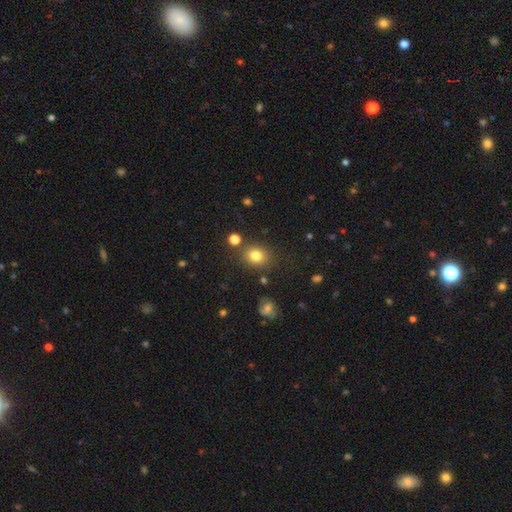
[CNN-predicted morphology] Smooth or featured: smooth — 80% (star or artifact — 13%)
How rounded: round — 62% (in between — 37%)
Merging: none — 80% (minor disturbance — 11%)